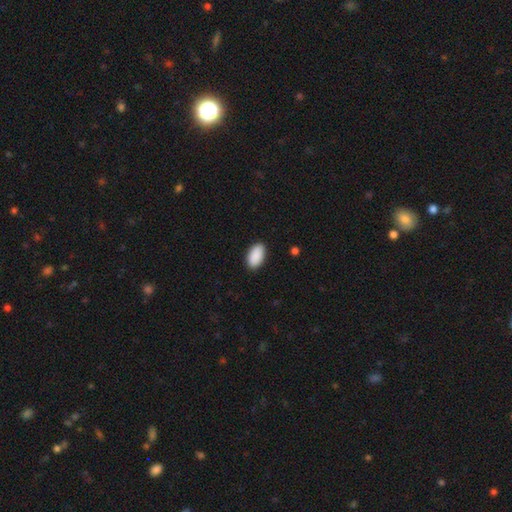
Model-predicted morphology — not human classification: This appears to be a smooth galaxy with no disk features (91%) that is in between round and cigar-shaped (95%). Merging: none (89%).